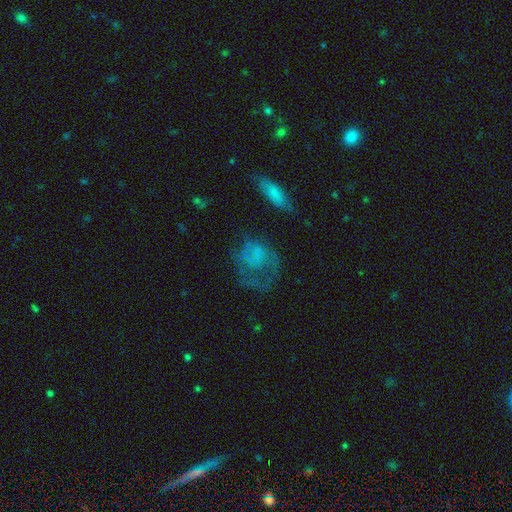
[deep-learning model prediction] Smooth or featured: featured or disk — 46% (smooth — 41%)
Merging: major disturbance — 40% (none — 36%)